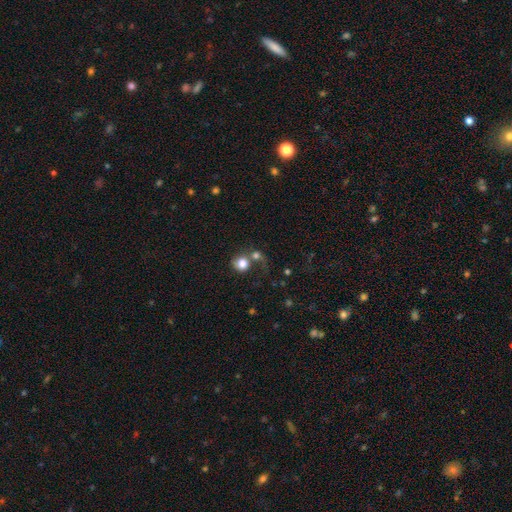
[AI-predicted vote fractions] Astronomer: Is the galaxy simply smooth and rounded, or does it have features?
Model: smooth — 52% (runner-up: star or artifact, 33%).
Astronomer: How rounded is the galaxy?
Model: round — 83%.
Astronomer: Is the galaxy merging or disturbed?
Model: none — 47% (runner-up: merger, 29%).